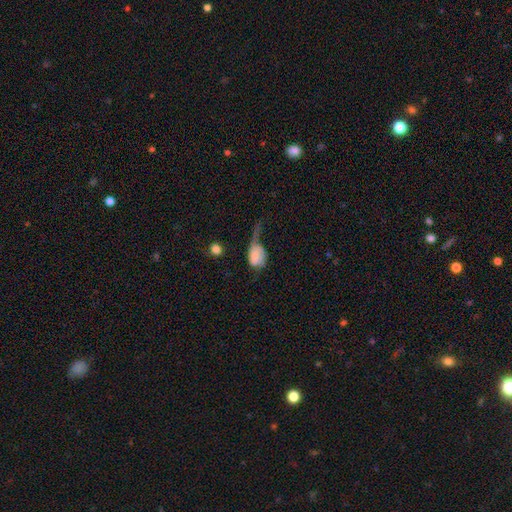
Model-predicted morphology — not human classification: Q: Smooth or featured?
A: smooth (59%); runner-up: featured or disk (32%)
Q: How rounded?
A: in between (76%); runner-up: round (22%)
Q: Merging?
A: major disturbance (55%); runner-up: minor disturbance (21%)